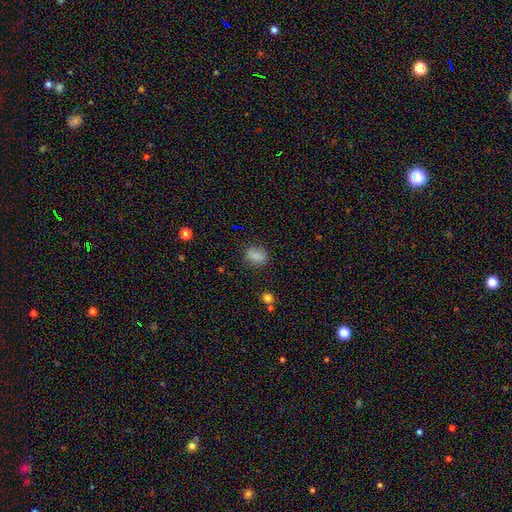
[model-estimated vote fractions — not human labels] A smooth galaxy with no disk features (83%) that is in between round and cigar-shaped (74%).

Vote fractions:
- Smooth or featured? smooth: 83% / star or artifact: 11% / featured or disk: 6%
- How rounded? in between: 74% / round: 23% / cigar-shaped: 3%
- Merging? none: 80% / minor disturbance: 14% / major disturbance: 4% / merger: 2%